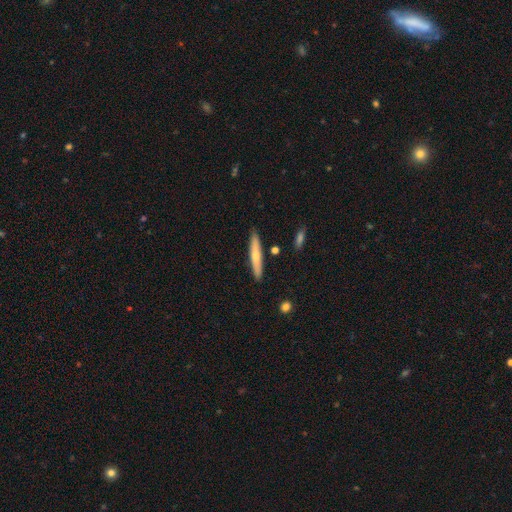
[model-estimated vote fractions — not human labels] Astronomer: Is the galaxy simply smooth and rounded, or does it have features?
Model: smooth — 58% (runner-up: featured or disk, 37%).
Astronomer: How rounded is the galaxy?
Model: cigar-shaped — 92%.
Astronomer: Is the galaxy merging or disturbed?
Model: none — 88%.